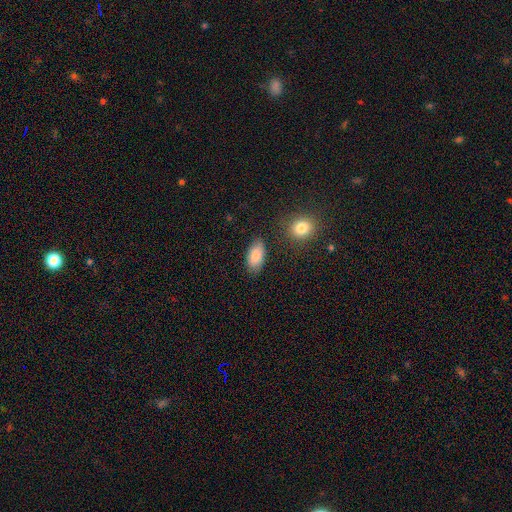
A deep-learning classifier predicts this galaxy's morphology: smooth 86%, featured or disk 7%, star or artifact 7%. Down the decision tree: how rounded — in between (93%); merging — none (80%).